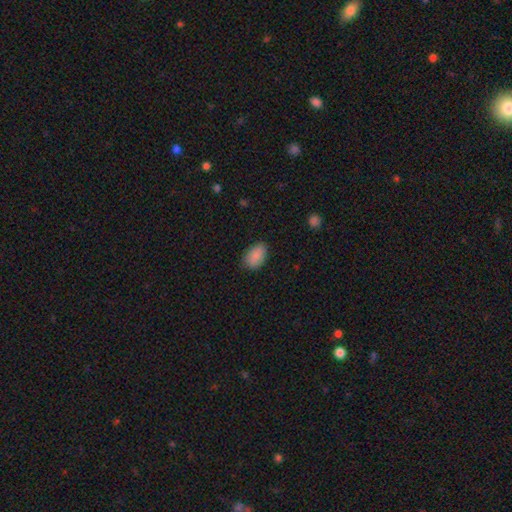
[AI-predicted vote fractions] Morphology: type=smooth (87%); roundness=in between (89%); merging=none (79%).